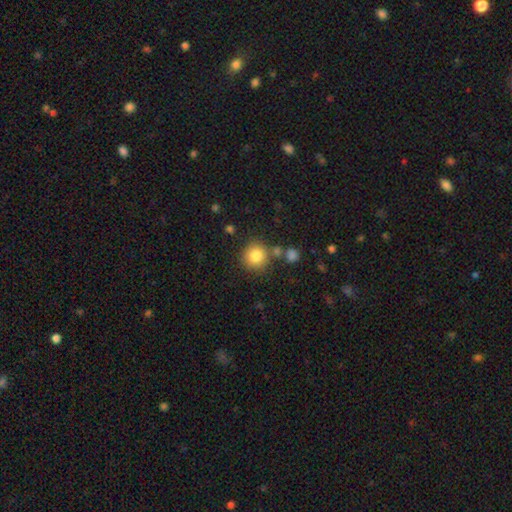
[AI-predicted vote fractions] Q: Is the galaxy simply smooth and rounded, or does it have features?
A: smooth — 83%.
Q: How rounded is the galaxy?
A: round — 92%.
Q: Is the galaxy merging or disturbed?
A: none — 76%.